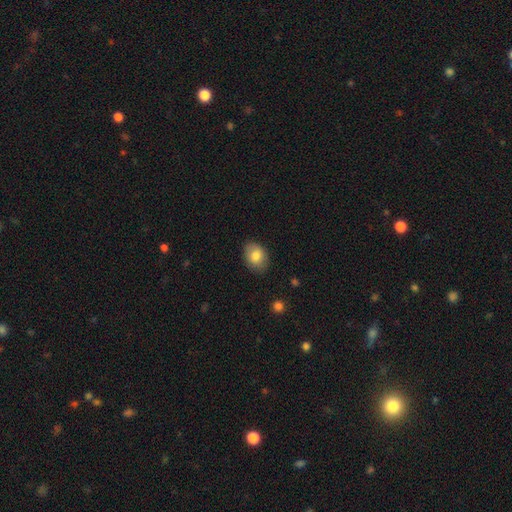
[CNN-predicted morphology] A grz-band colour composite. It shows a smooth galaxy with no disk features (81%) that is in between round and cigar-shaped (73%). Merging: none (84%).